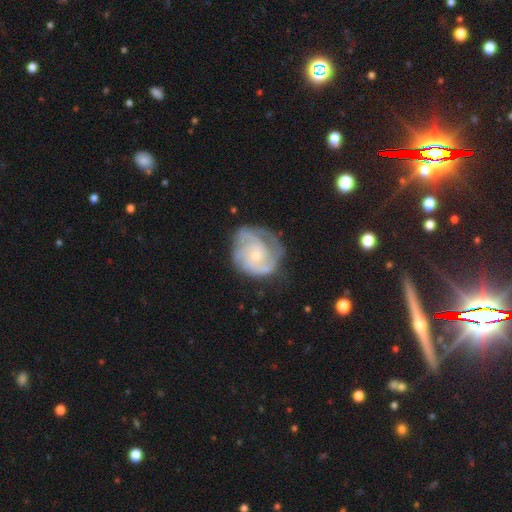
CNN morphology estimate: A featured or disk galaxy (79%) with no bar (77%), 3 (29%, tied with can't tell) tight (55%) spiral arms (92%) and a small central bulge (68%). Merging: none (60%).